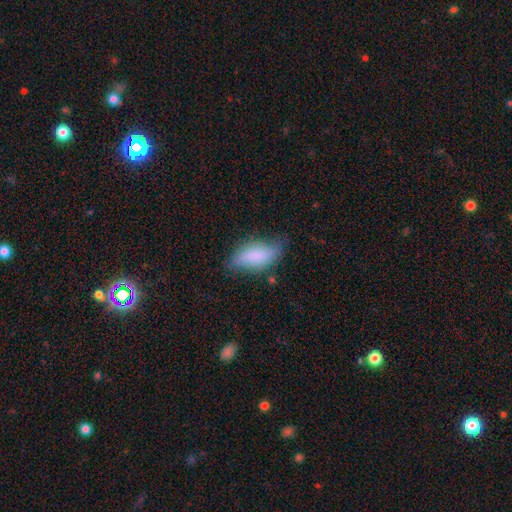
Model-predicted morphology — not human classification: Smooth or featured?
  - smooth: 77% *
  - featured or disk: 16%
  - star or artifact: 7%
How rounded?
  - in between: 86% *
  - cigar-shaped: 11%
  - round: 3%
Merging?
  - none: 55% *
  - minor disturbance: 33%
  - major disturbance: 10%
  - merger: 2%